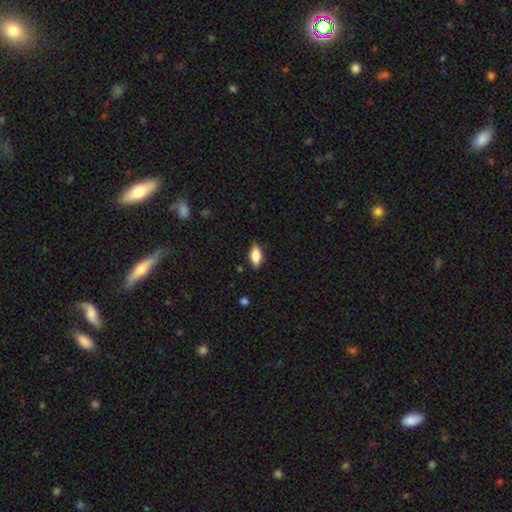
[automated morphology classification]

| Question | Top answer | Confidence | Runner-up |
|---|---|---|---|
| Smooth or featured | smooth | 84% | featured or disk (9%) |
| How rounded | in between | 89% | cigar-shaped (7%) |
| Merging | none | 83% | minor disturbance (13%) |